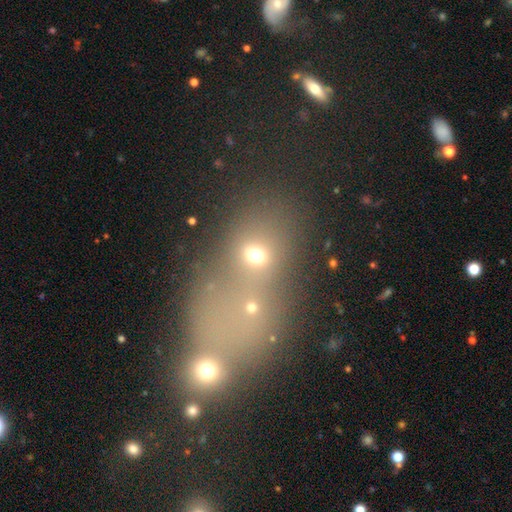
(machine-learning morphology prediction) Overall: smooth (64%). How rounded: round (60%; in between 38%). Merging: merger (52%; none 35%).